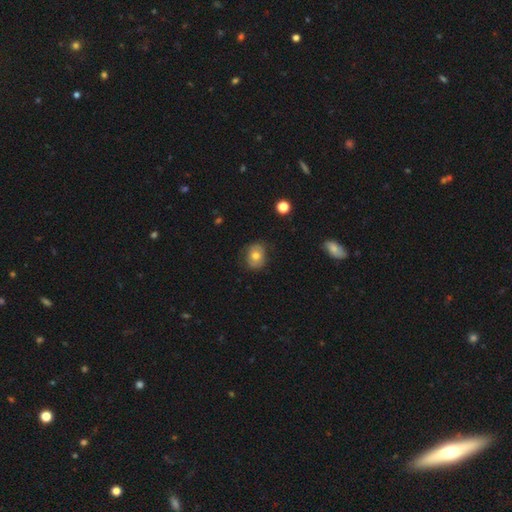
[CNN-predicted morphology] This is likely a smooth galaxy (69%). How rounded: possibly round (55%). Merging: likely none (76%).